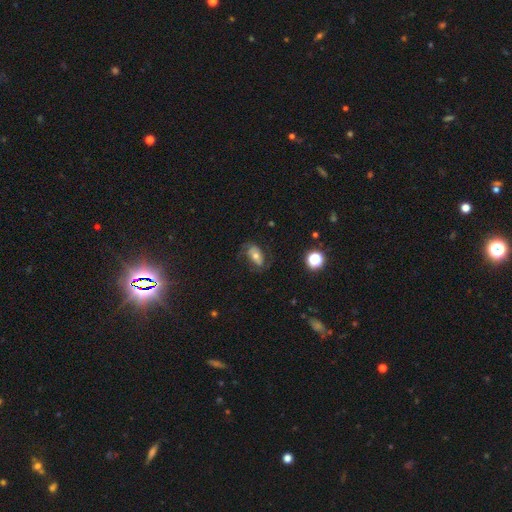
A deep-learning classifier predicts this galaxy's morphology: smooth-or-featured: featured or disk: 47% | smooth: 41% | star or artifact: 12%
  merging: none: 61% | minor disturbance: 21% | major disturbance: 17% | merger: 2%